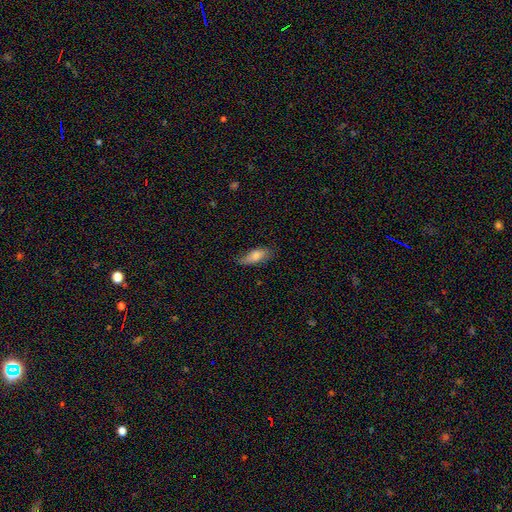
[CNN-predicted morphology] smooth_or_featured: smooth (p=0.78) [alt: featured or disk p=0.16]
how_rounded: in between (p=0.77) [alt: cigar-shaped p=0.20]
merging: none (p=0.61) [alt: minor disturbance p=0.30]